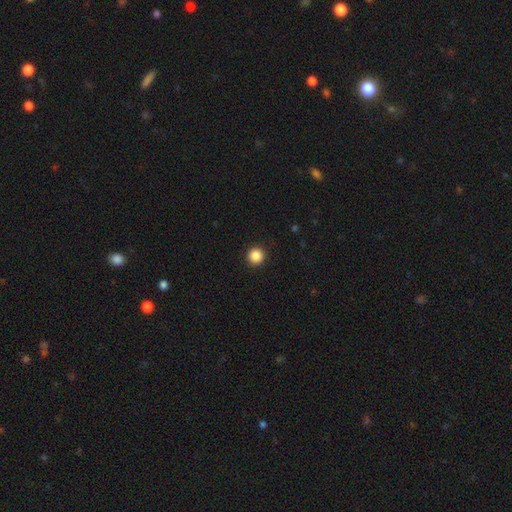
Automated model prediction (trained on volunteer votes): Smooth or featured: smooth — 87% (star or artifact — 10%)
How rounded: round — 95% (in between — 4%)
Merging: none — 93% (minor disturbance — 4%)